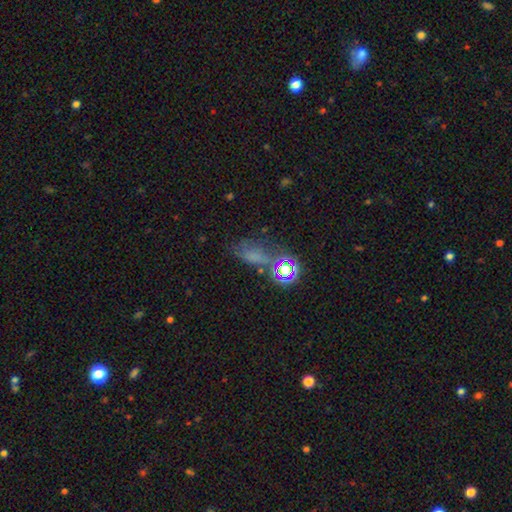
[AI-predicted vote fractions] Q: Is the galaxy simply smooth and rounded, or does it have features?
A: smooth — 44%.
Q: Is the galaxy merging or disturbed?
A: none — 48%.